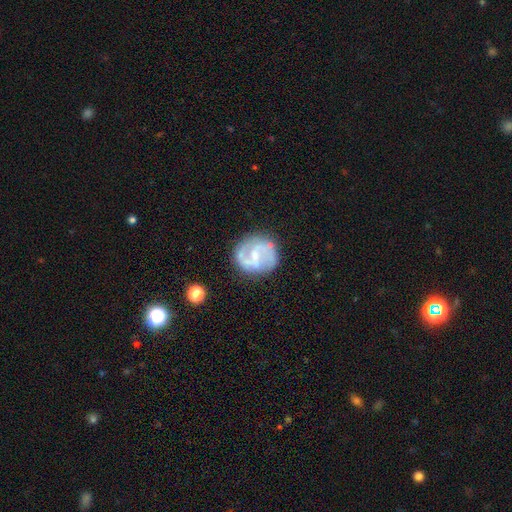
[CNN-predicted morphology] This appears to be a featured or disk galaxy (79%) with a weak bar (54%), 2 (84%) medium (49%) spiral arms (90%) and a small central bulge (63%). Merging: none (75%).